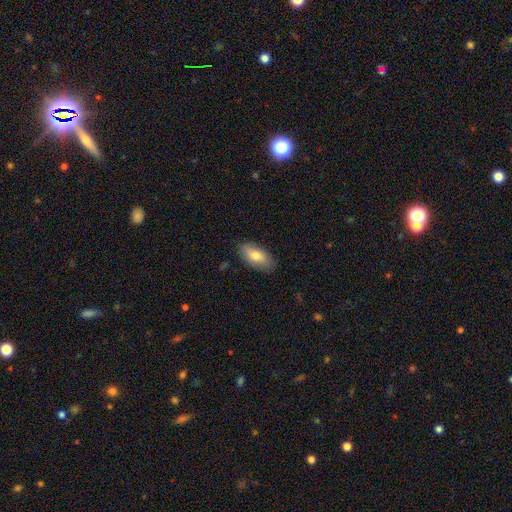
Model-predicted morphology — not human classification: Smooth or featured? smooth (76%)
How rounded? in between (91%)
Merging? none (84%)